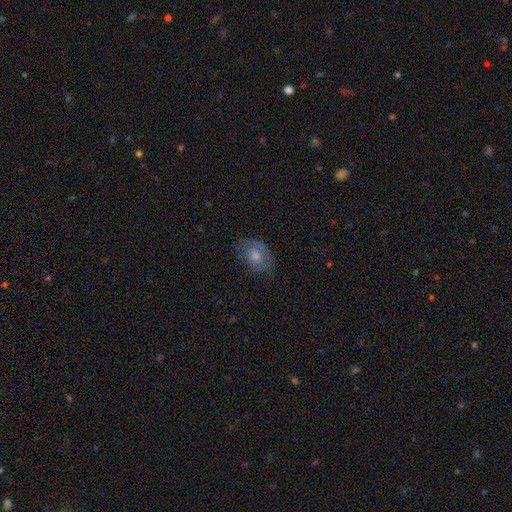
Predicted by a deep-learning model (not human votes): Morphology: type=featured or disk (50%); merging=none (72%).